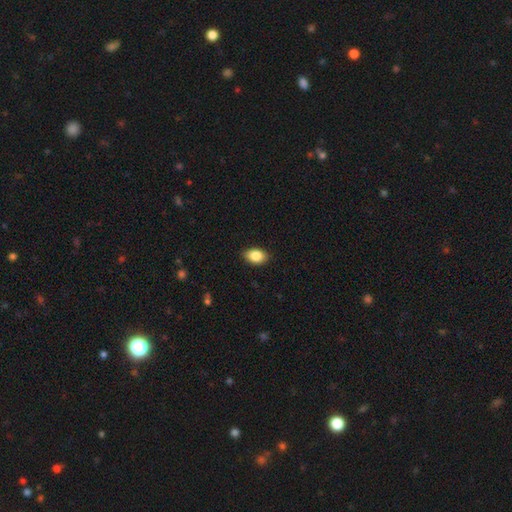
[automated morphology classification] This appears to be a smooth galaxy with no disk features (85%) that is in between round and cigar-shaped (85%). Merging: none (88%).